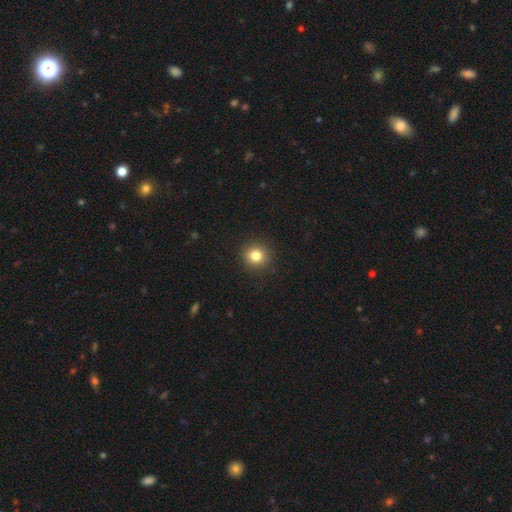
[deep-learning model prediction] smooth-or-featured: smooth: 82% | star or artifact: 12% | featured or disk: 6%
  how-rounded: round: 89% | in between: 10% | cigar-shaped: 1%
  merging: none: 91% | minor disturbance: 6% | major disturbance: 2% | merger: 1%